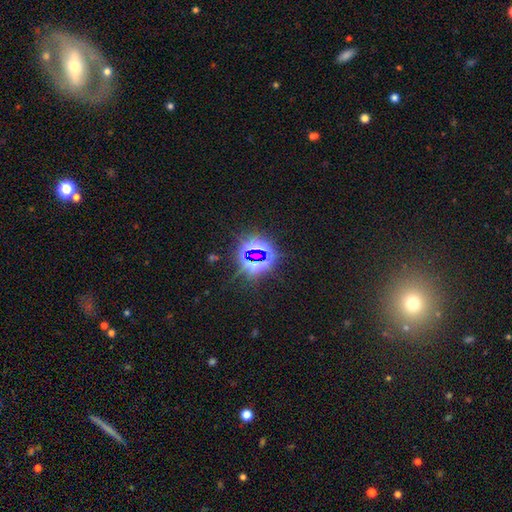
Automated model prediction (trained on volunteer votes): smooth_or_featured: star or artifact (p=0.81) [alt: smooth p=0.11]